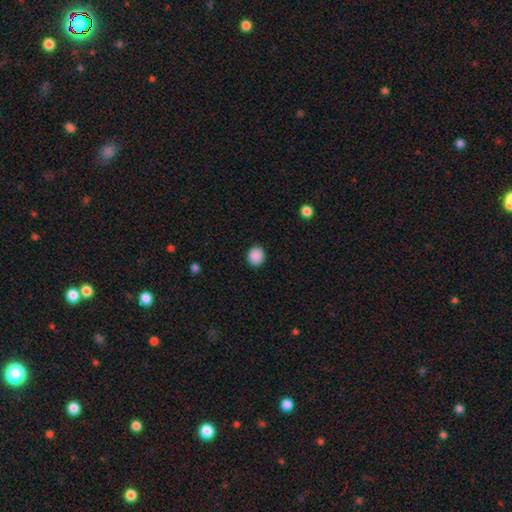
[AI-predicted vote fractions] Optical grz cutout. It shows a smooth galaxy with no disk features (89%) that is round (86%). Merging: none (91%).